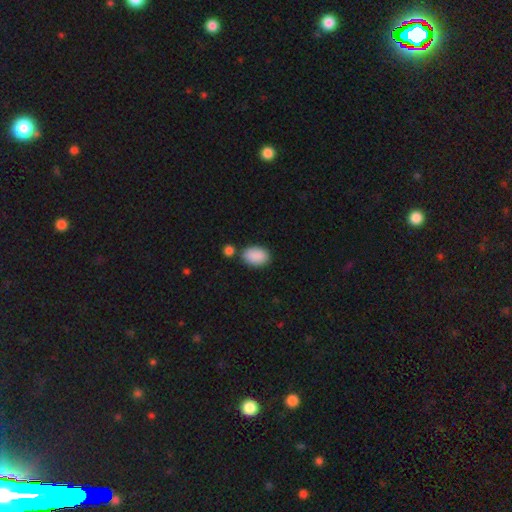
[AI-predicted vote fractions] Q: Smooth or featured?
A: smooth (90%); runner-up: star or artifact (7%)
Q: How rounded?
A: in between (88%); runner-up: round (11%)
Q: Merging?
A: none (75%); runner-up: minor disturbance (13%)